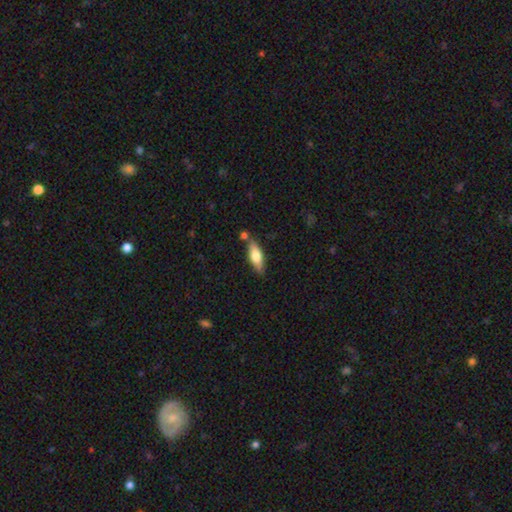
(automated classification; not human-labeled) Smooth or featured? Predicted: smooth (p=0.64). How rounded? Predicted: in between (p=0.54). Merging? Predicted: none (p=0.75).